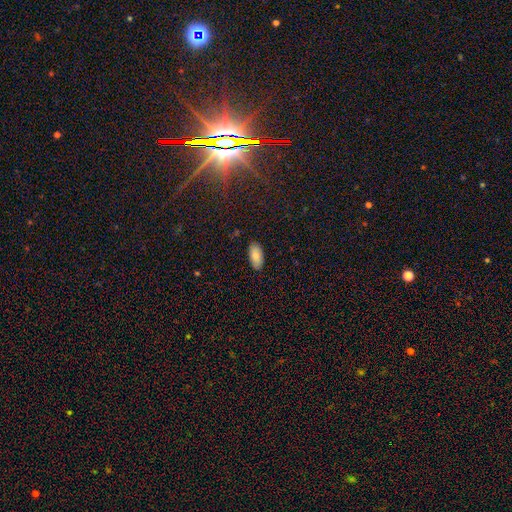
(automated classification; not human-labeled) A smooth galaxy with no disk features (83%) that is in between round and cigar-shaped (94%).

Vote fractions:
- Smooth or featured? smooth: 83% / featured or disk: 10% / star or artifact: 7%
- How rounded? in between: 94% / cigar-shaped: 4% / round: 2%
- Merging? none: 87% / minor disturbance: 10% / major disturbance: 2% / merger: 1%